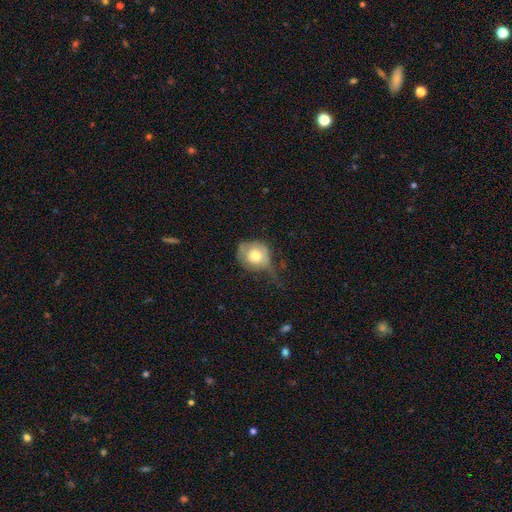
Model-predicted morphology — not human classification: A smooth galaxy with no disk features (68%) that is round (76%). Merging: minor disturbance (36%).